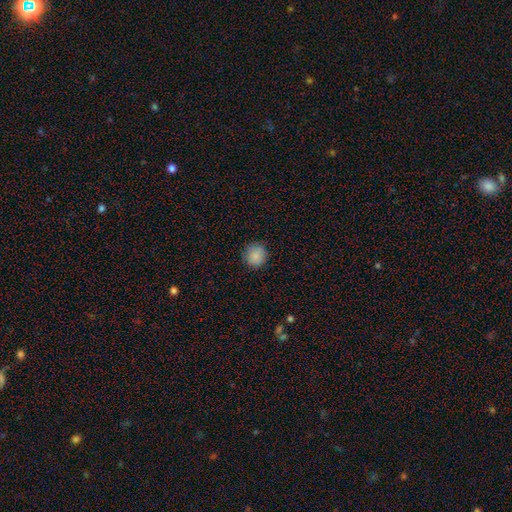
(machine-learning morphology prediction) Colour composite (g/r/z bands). It shows a smooth galaxy with no disk features (86%) that is round (92%). Merging: none (87%).